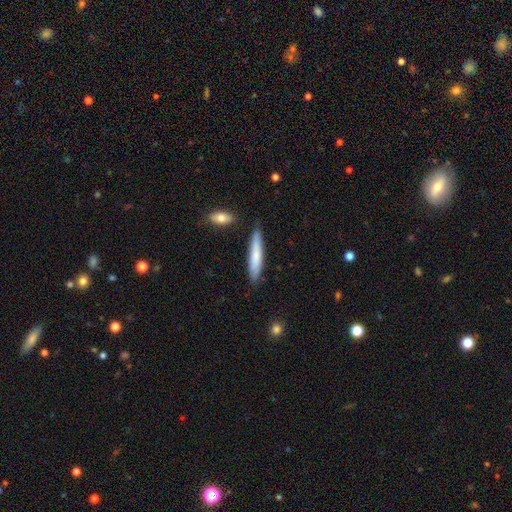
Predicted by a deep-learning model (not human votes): Morphology: type=smooth (72%); roundness=cigar-shaped (89%); merging=none (81%).